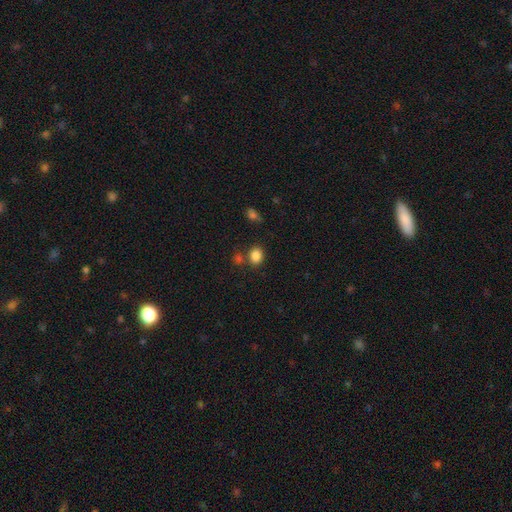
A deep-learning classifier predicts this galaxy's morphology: Smooth or featured? Predicted: smooth (p=0.85). How rounded? Predicted: round (p=0.51). Merging? Predicted: none (p=0.72).